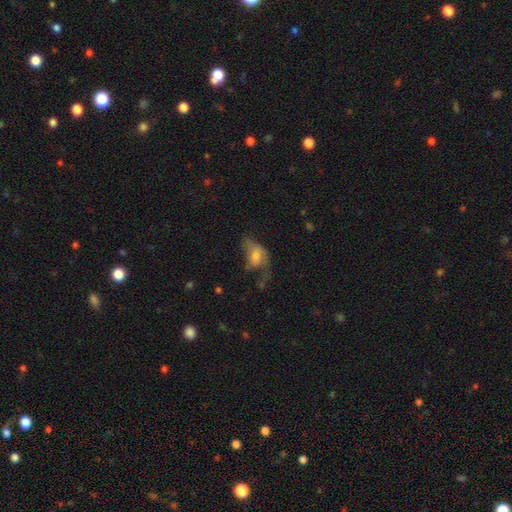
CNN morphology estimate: Smooth or featured? smooth (48%)
Merging? major disturbance (49%)